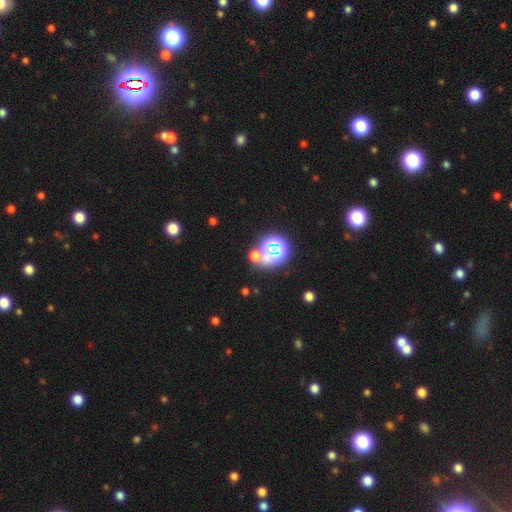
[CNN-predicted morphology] type=star or artifact (52%).